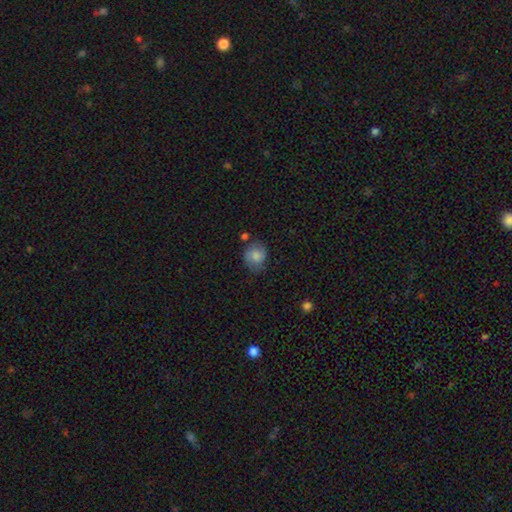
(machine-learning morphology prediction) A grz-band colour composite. It shows a smooth galaxy with no disk features (73%) that is round (74%). Merging: none (63%).